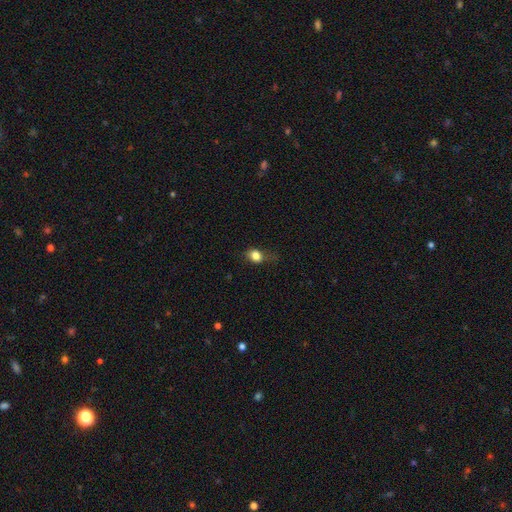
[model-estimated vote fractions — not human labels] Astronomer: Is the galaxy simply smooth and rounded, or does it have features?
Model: smooth — 79%.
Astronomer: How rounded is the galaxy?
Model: round — 55% (runner-up: in between, 42%).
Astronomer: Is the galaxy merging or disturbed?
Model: none — 52% (runner-up: minor disturbance, 30%).